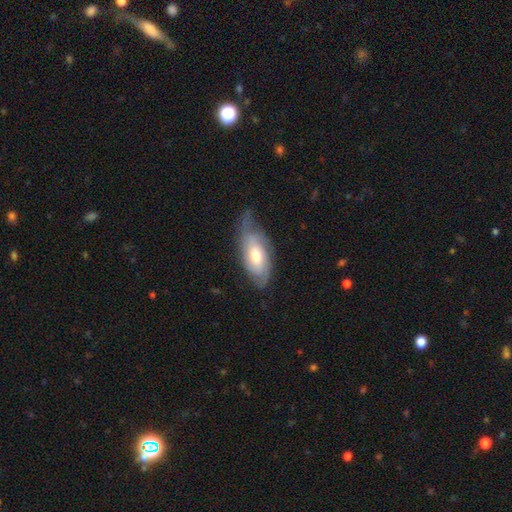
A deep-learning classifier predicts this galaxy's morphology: smooth-or-featured: featured or disk: 63% | smooth: 32% | star or artifact: 5%
  disk-edge-on: no: 87% | yes: 13%
    bar: no: 67% | weak: 27% | strong: 6%
    has-spiral-arms: yes: 85% | no: 15%
    bulge-size: moderate: 68% | small: 19% | large: 11% | none: 1% | dominant: 1%
  merging: none: 55% | minor disturbance: 31% | major disturbance: 13% | merger: 1%